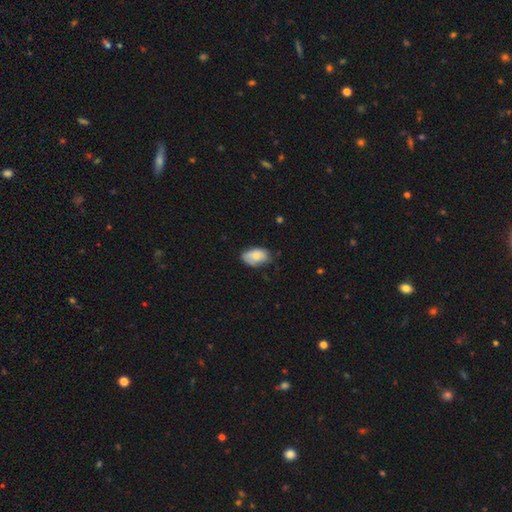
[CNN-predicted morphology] smooth-or-featured: smooth: 74% | featured or disk: 19% | star or artifact: 7%
  how-rounded: in between: 93% | round: 6% | cigar-shaped: 2%
  merging: none: 62% | minor disturbance: 31% | major disturbance: 6% | merger: 1%